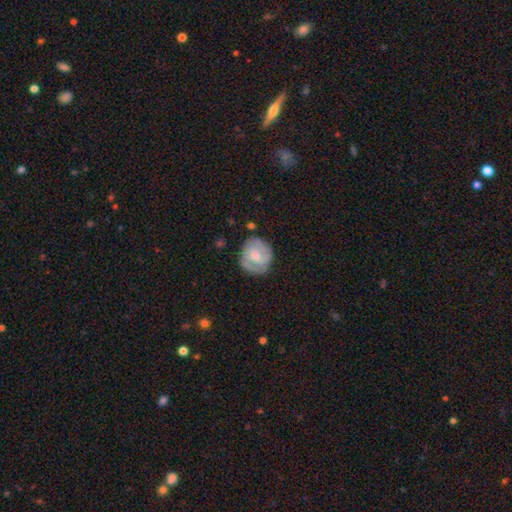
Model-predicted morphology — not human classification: Overall: featured or disk (65%; smooth 30%). Edge-on disk: no (98%). Bar: no (52%; weak 41%). Spiral arms: yes (87%). Spiral arm count: 2 (50%; can't tell 22%). Spiral winding: tight (47%; medium 40%). Bulge size: moderate (50%; small 43%). Merging: none (75%).